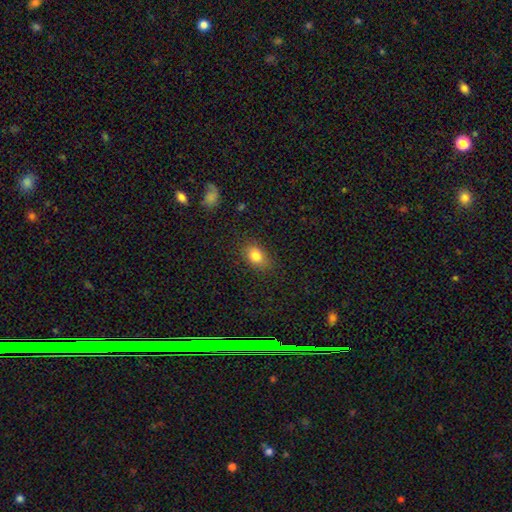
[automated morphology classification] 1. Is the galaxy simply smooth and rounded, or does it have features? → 82% smooth, 10% star or artifact, 8% featured or disk.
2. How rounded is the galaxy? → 74% in between, 24% round, 2% cigar-shaped.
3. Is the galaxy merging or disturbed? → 81% none, 14% minor disturbance, 4% major disturbance, 1% merger.